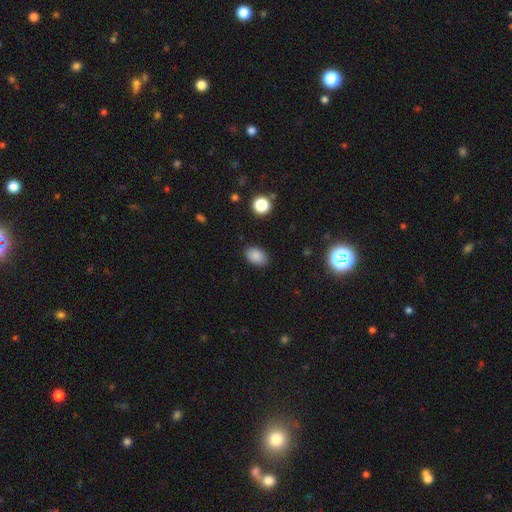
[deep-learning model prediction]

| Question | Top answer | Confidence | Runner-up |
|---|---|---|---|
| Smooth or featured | smooth | 86% | star or artifact (9%) |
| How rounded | in between | 87% | round (12%) |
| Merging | none | 86% | minor disturbance (11%) |